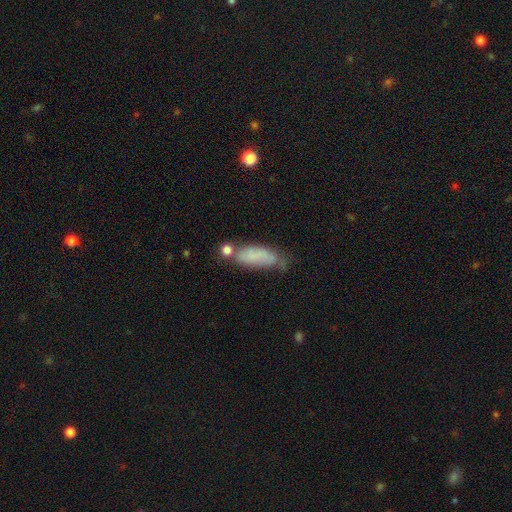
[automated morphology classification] Smooth or featured: smooth — 71% (featured or disk — 19%)
How rounded: in between — 65% (cigar-shaped — 33%)
Merging: none — 40% (minor disturbance — 30%)